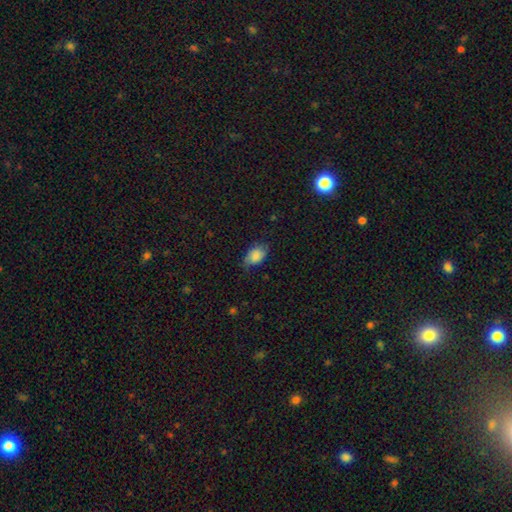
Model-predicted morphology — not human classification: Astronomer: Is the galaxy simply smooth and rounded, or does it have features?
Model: smooth — 78%.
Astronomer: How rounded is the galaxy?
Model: in between — 85%.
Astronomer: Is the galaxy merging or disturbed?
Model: none — 57% (runner-up: minor disturbance, 32%).